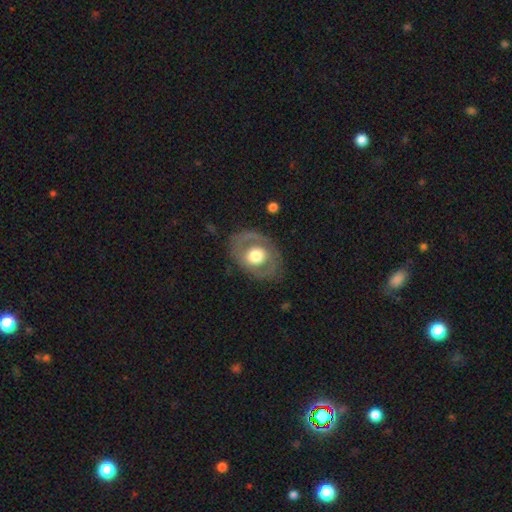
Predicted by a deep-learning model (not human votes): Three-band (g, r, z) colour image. It shows a featured or disk galaxy (58%) with no bar (79%), no spiral arms (62%) and a large central bulge (50%). Merging: none (76%).